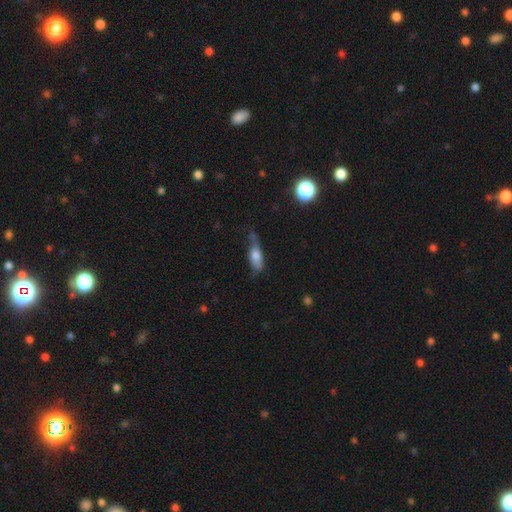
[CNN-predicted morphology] The model was most divided on "merging": none: 43%, minor disturbance: 37%, major disturbance: 15%, merger: 5%. More confident: smooth or featured — smooth (70%); how rounded — in between (61%).